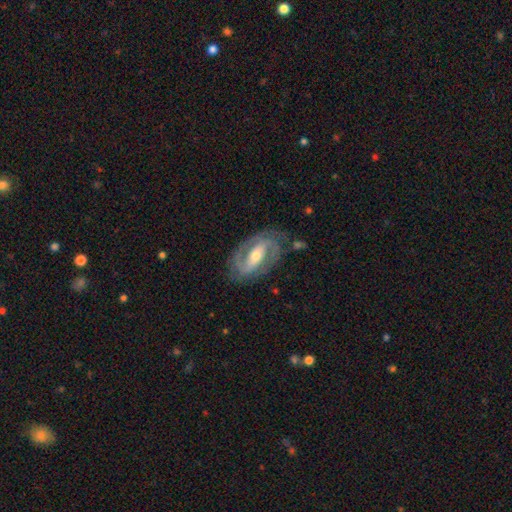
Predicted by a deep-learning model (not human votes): Smooth or featured? featured or disk (86%)
Edge-on disk? no (95%)
Bar? strong (53%)
Spiral arms? yes (93%)
Spiral winding? medium (45%)
Spiral arm count? 2 (87%)
Bulge size? moderate (62%)
Merging? none (79%)